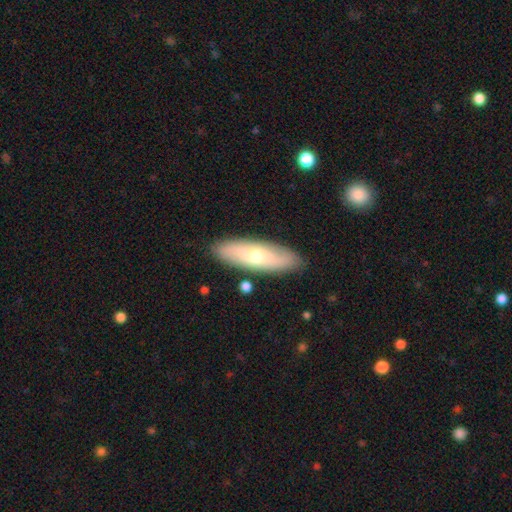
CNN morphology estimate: type=smooth (57%); roundness=in between (49%); merging=none (87%).